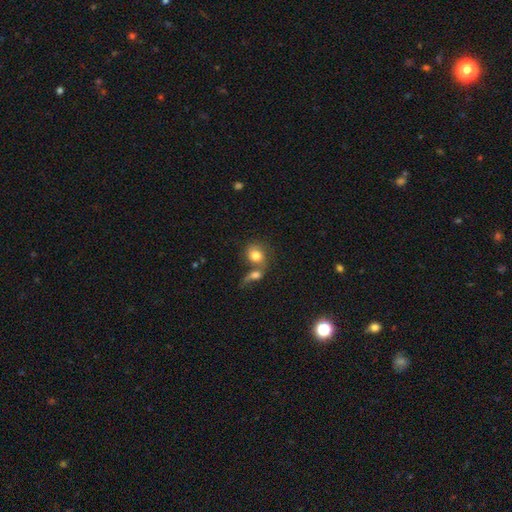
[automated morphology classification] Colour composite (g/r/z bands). It shows a smooth galaxy with no disk features (76%) that is round (55%). Merging: merger (52%).